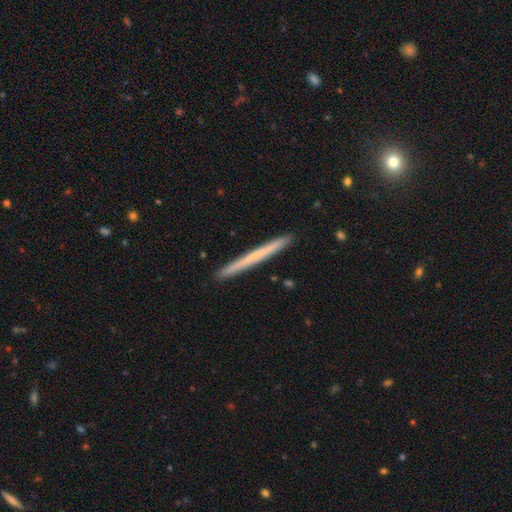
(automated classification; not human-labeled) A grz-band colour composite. It shows a smooth galaxy with no disk features (56%) that is cigar-shaped (98%). Merging: none (93%).